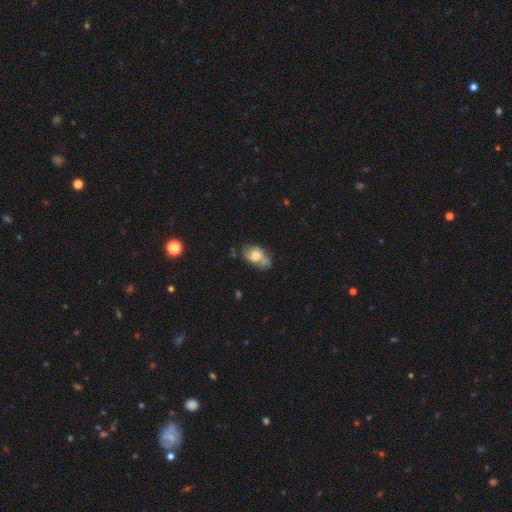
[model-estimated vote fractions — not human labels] Smooth or featured?
  - smooth: 48% *
  - featured or disk: 43%
  - star or artifact: 9%
Merging?
  - none: 45% *
  - minor disturbance: 31%
  - major disturbance: 16%
  - merger: 8%